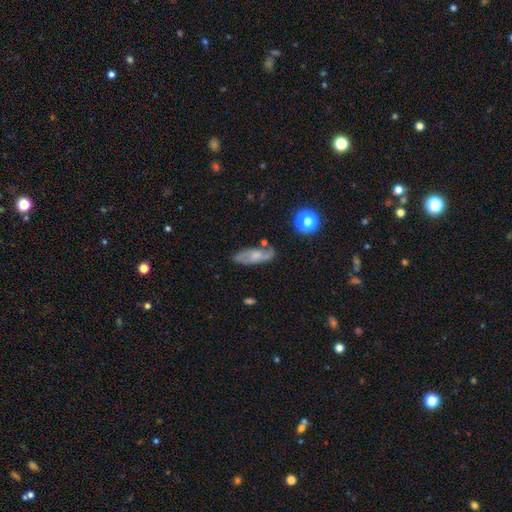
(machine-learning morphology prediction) Smooth or featured?
  - featured or disk: 49% *
  - smooth: 41%
  - star or artifact: 9%
Merging?
  - none: 69% *
  - minor disturbance: 21%
  - major disturbance: 7%
  - merger: 4%